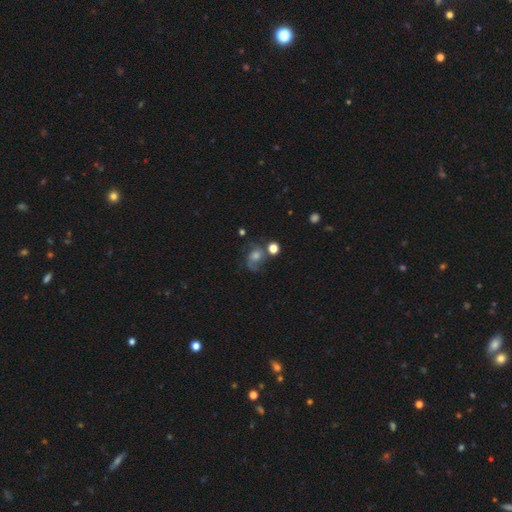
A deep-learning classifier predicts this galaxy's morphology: Smooth or featured: featured or disk — 58% (smooth — 25%)
Edge-on disk: no — 97% (yes — 3%)
Bar: no — 68% (weak — 27%)
Spiral arms: yes — 89% (no — 11%)
Bulge size: moderate — 51% (small — 24%)
Merging: none — 58% (minor disturbance — 19%)